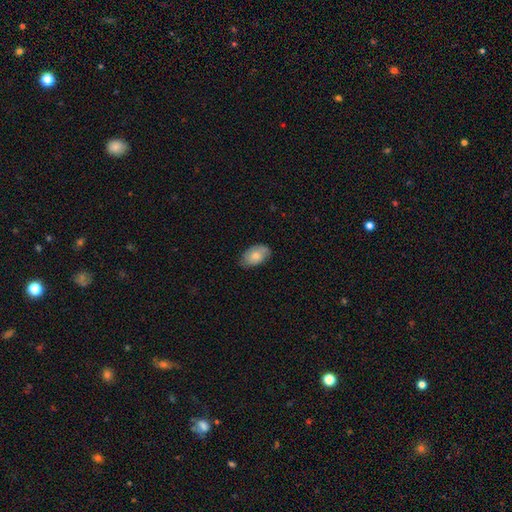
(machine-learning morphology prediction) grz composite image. It shows a smooth galaxy with no disk features (68%) that is in between round and cigar-shaped (92%). Merging: none (73%).